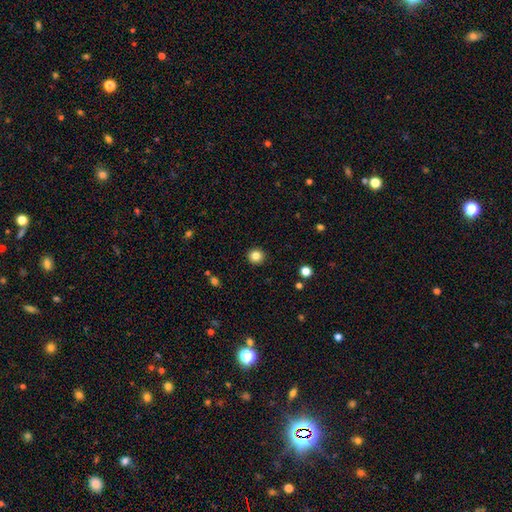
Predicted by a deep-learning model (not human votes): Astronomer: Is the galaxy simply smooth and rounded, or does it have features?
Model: smooth — 84%.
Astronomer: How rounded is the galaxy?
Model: round — 93%.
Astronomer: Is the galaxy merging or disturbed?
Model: none — 93%.